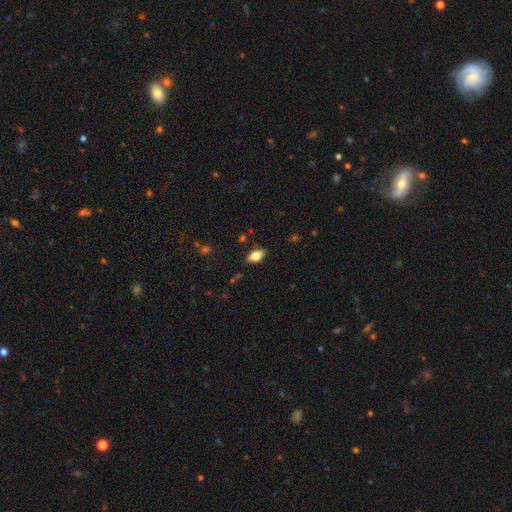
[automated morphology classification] type=smooth (78%); roundness=in between (89%); merging=none (85%).